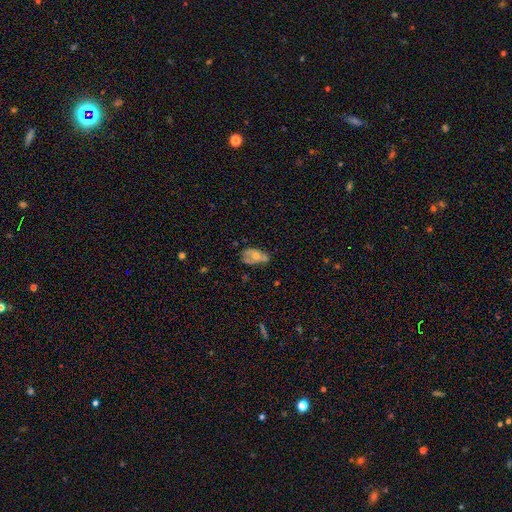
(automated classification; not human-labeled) Morphology: type=smooth (49%); merging=none (38%).